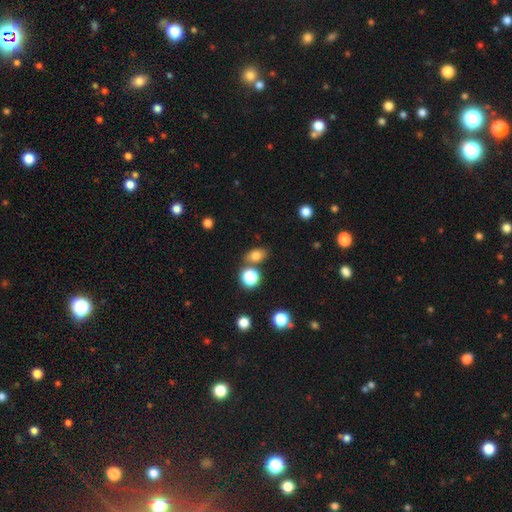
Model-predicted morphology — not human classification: This appears to be a smooth galaxy with no disk features (77%) that is in between round and cigar-shaped (70%). Merging: none (72%).